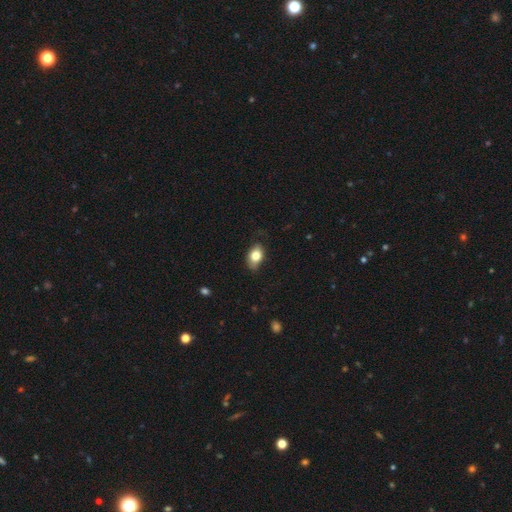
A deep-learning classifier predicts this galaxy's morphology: smooth_or_featured: smooth (p=0.80) [alt: featured or disk p=0.12]
how_rounded: in between (p=0.84) [alt: round p=0.14]
merging: none (p=0.74) [alt: minor disturbance p=0.21]